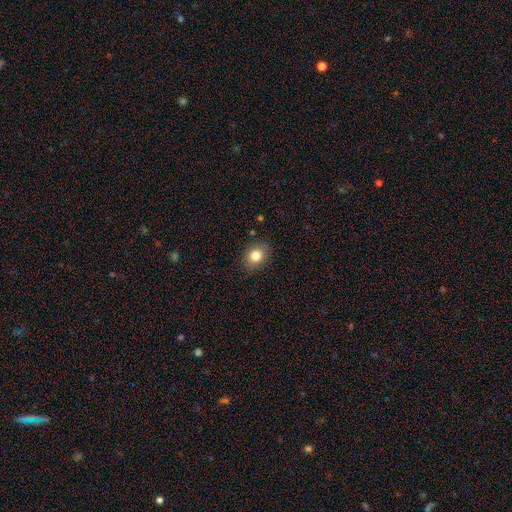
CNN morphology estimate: smooth-or-featured: smooth: 82% | star or artifact: 10% | featured or disk: 8%
  how-rounded: in between: 50% | round: 49% | cigar-shaped: 1%
  merging: none: 85% | minor disturbance: 11% | major disturbance: 3% | merger: 1%